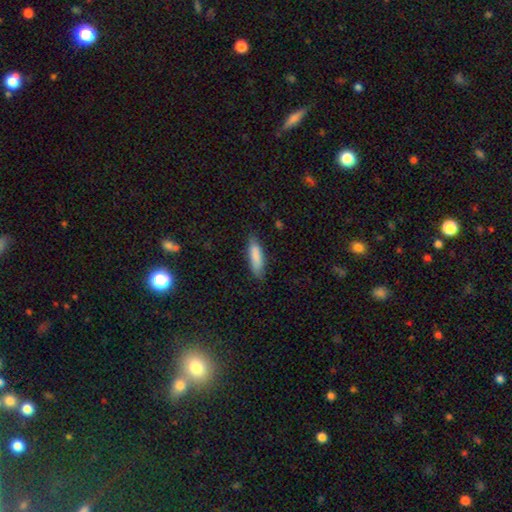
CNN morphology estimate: Smooth or featured?
  - smooth: 85% *
  - featured or disk: 9%
  - star or artifact: 6%
How rounded?
  - cigar-shaped: 58% *
  - in between: 41%
  - round: 2%
Merging?
  - none: 79% *
  - minor disturbance: 16%
  - major disturbance: 3%
  - merger: 1%